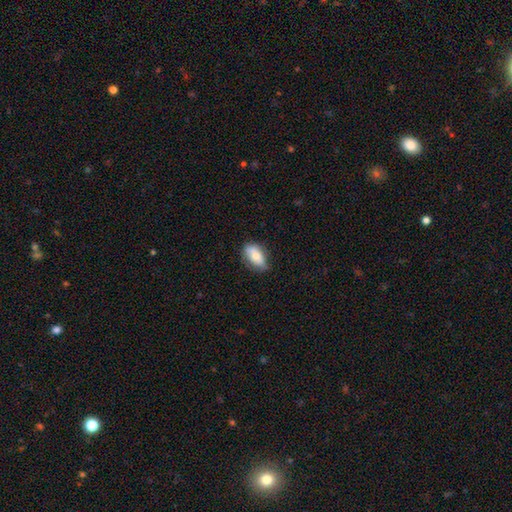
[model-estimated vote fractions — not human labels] Smooth or featured? Predicted: smooth (p=0.69). How rounded? Predicted: in between (p=0.90). Merging? Predicted: none (p=0.69).